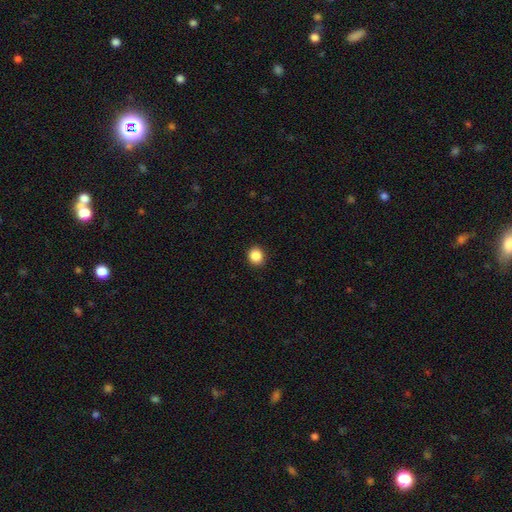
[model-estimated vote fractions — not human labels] Smooth or featured: smooth — 87% (star or artifact — 10%)
How rounded: round — 85% (in between — 14%)
Merging: none — 92% (minor disturbance — 6%)